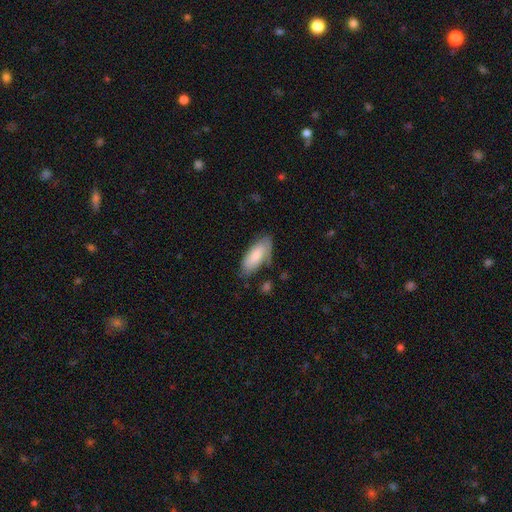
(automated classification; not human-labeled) Q: Smooth or featured?
A: smooth (76%); runner-up: featured or disk (18%)
Q: How rounded?
A: in between (84%); runner-up: cigar-shaped (15%)
Q: Merging?
A: none (60%); runner-up: minor disturbance (28%)